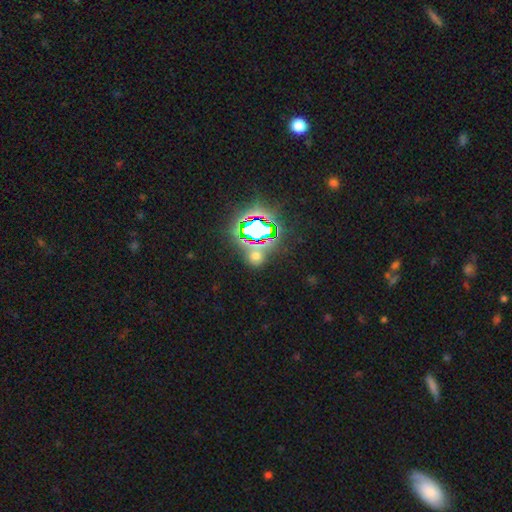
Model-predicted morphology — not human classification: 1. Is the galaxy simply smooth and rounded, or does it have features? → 52% star or artifact, 39% smooth, 9% featured or disk.